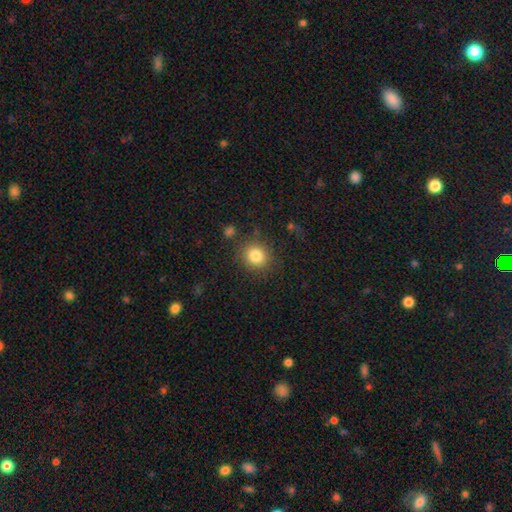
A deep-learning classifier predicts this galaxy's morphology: A smooth galaxy with no disk features (82%) that is round (86%). Merging: none (85%).